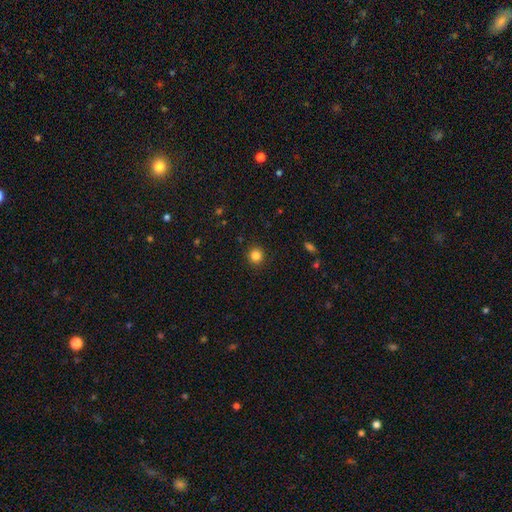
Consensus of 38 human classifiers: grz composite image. It shows a smooth galaxy with no disk features (87%) that is round (94%). Merging: none (91%).